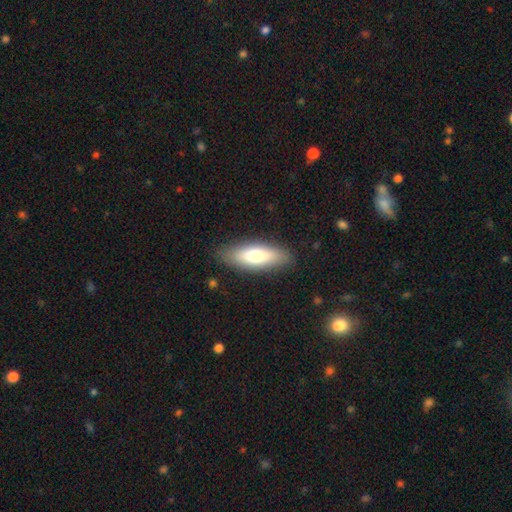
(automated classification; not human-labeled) smooth_or_featured: smooth (p=0.72) [alt: featured or disk p=0.22]
how_rounded: in between (p=0.63) [alt: cigar-shaped p=0.35]
merging: none (p=0.85) [alt: minor disturbance p=0.11]